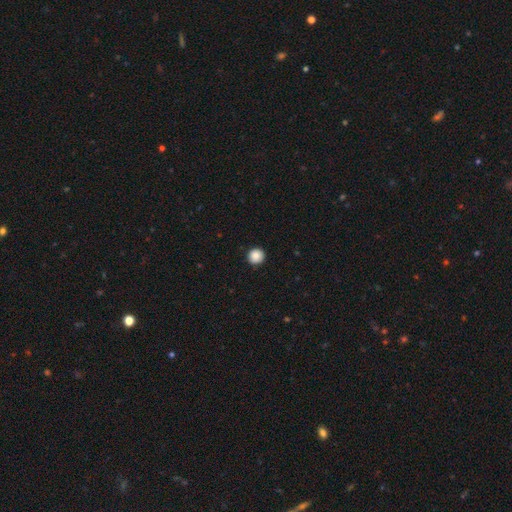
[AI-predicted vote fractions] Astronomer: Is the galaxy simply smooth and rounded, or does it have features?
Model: smooth — 88%.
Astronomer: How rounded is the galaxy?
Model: round — 96%.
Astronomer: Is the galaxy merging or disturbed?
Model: none — 92%.